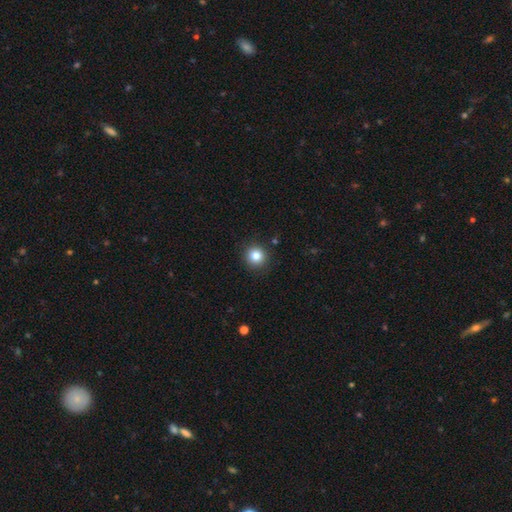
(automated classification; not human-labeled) smooth 82%, star or artifact 12%, featured or disk 6%. Down the decision tree: how rounded — round (95%); merging — none (91%).